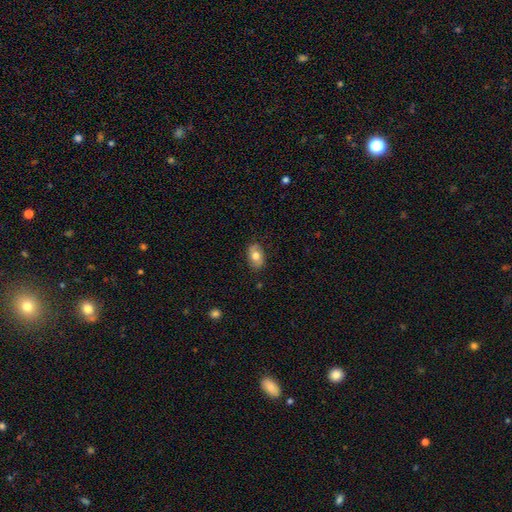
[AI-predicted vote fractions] This appears to be a smooth galaxy with no disk features (74%) that is in between round and cigar-shaped (87%). Merging: none (84%).